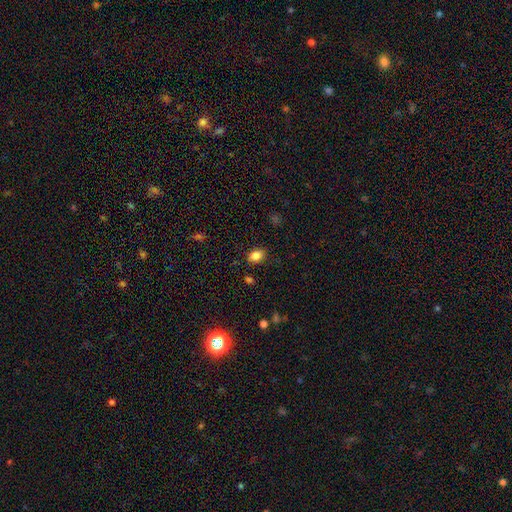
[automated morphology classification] type=smooth (85%); roundness=in between (79%); merging=none (86%).